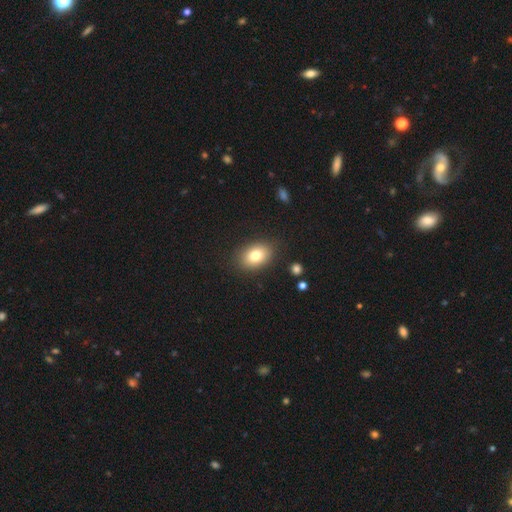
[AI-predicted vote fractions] Smooth or featured? smooth (79%)
How rounded? in between (80%)
Merging? none (86%)